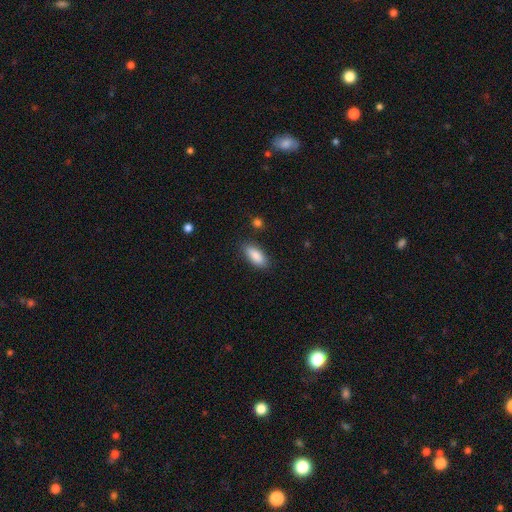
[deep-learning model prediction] smooth-or-featured: smooth: 88% | star or artifact: 6% | featured or disk: 6%
  how-rounded: in between: 82% | cigar-shaped: 15% | round: 2%
  merging: none: 85% | minor disturbance: 11% | major disturbance: 3% | merger: 2%